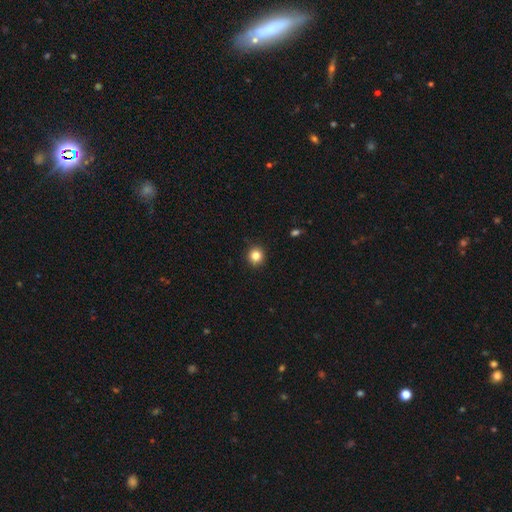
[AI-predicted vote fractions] Q: Smooth or featured?
A: smooth (84%); runner-up: star or artifact (11%)
Q: How rounded?
A: round (92%); runner-up: in between (7%)
Q: Merging?
A: none (91%); runner-up: minor disturbance (6%)